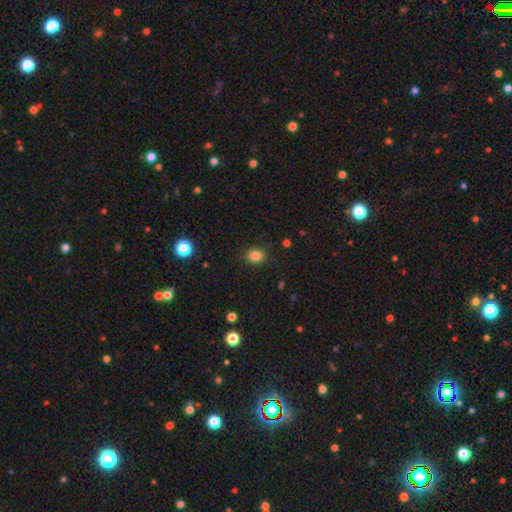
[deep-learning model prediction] Overall: smooth (84%). How rounded: round (64%; in between 36%). Merging: none (87%).